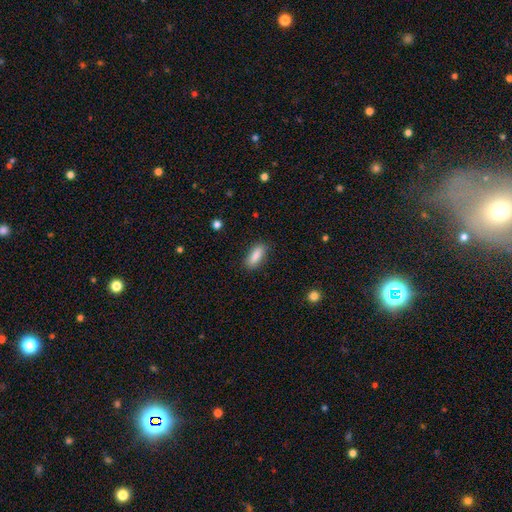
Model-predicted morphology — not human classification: A smooth galaxy with no disk features (87%) that is in between round and cigar-shaped (71%).

Vote fractions:
- Smooth or featured? smooth: 87% / star or artifact: 7% / featured or disk: 6%
- How rounded? in between: 71% / cigar-shaped: 26% / round: 2%
- Merging? none: 84% / minor disturbance: 11% / major disturbance: 3% / merger: 1%